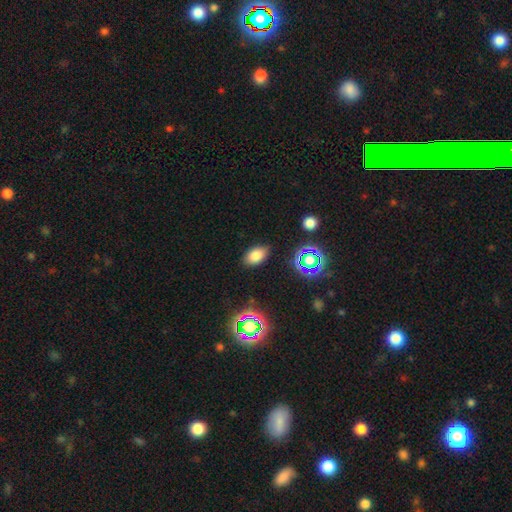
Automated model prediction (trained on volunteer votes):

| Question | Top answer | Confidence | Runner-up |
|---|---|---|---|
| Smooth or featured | smooth | 77% | star or artifact (15%) |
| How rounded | in between | 90% | round (8%) |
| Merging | none | 86% | minor disturbance (9%) |